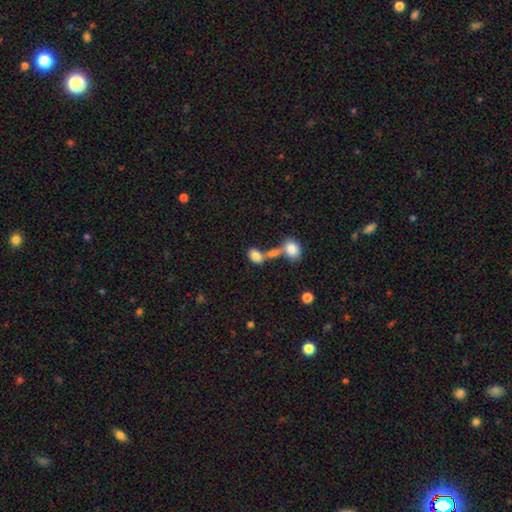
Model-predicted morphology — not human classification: Smooth or featured? Predicted: smooth (p=0.81). How rounded? Predicted: in between (p=0.87). Merging? Predicted: merger (p=0.52).